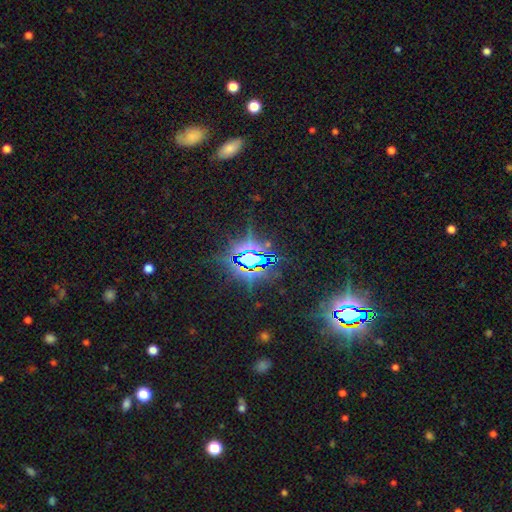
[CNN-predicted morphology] This appears to be a star or artifact, not a galaxy (84%).